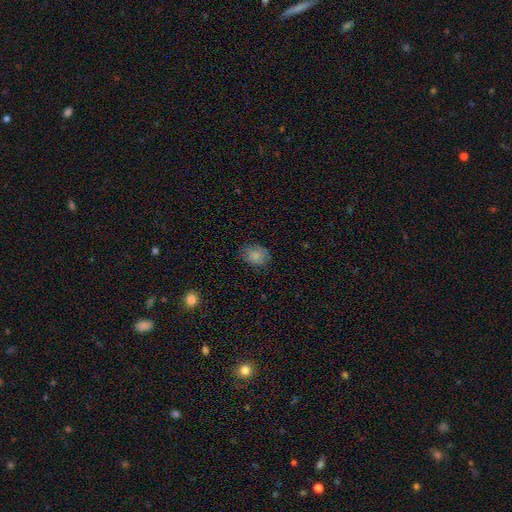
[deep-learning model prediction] This is clearly a smooth galaxy (83%). How rounded: possibly in between (59%). Merging: likely none (77%).